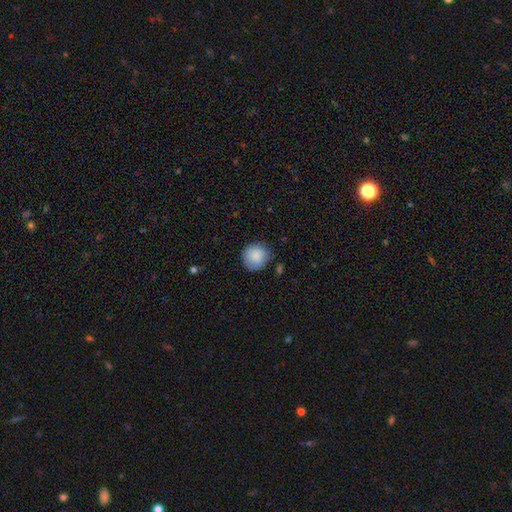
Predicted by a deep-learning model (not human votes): Overall: smooth (86%). How rounded: round (90%). Merging: none (77%).